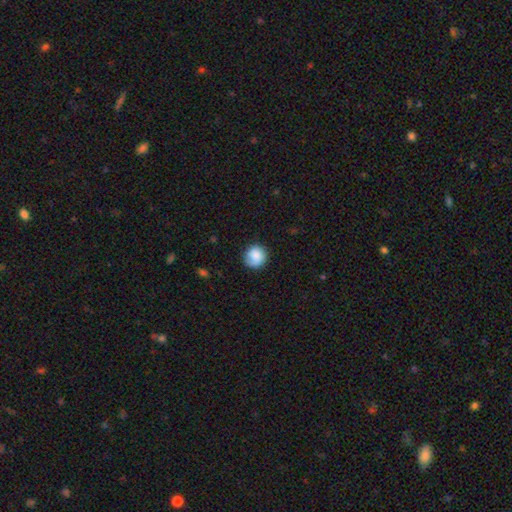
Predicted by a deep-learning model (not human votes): A smooth galaxy with no disk features (83%) that is round (91%).

Vote fractions:
- Smooth or featured? smooth: 83% / featured or disk: 9% / star or artifact: 7%
- How rounded? round: 91% / in between: 8% / cigar-shaped: 1%
- Merging? none: 77% / minor disturbance: 17% / major disturbance: 5% / merger: 1%